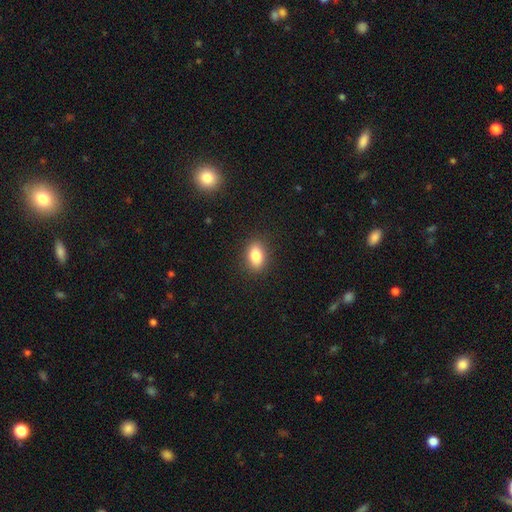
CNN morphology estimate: Smooth or featured: smooth — 84% (star or artifact — 8%)
How rounded: in between — 83% (round — 14%)
Merging: none — 88% (minor disturbance — 9%)